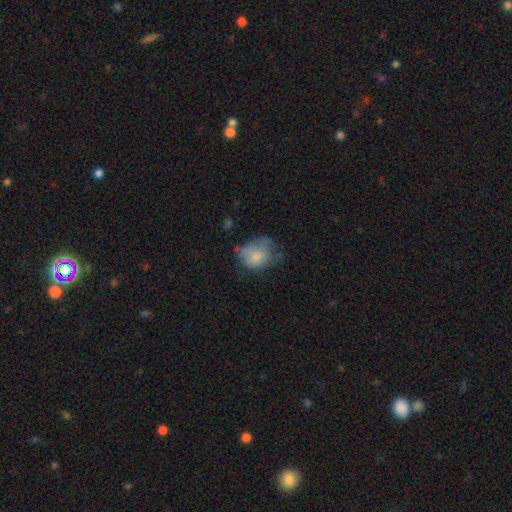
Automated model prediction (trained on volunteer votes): smooth-or-featured: smooth: 69% | featured or disk: 22% | star or artifact: 9%
  how-rounded: round: 50% | in between: 49% | cigar-shaped: 1%
  merging: minor disturbance: 35% | major disturbance: 32% | none: 29% | merger: 4%